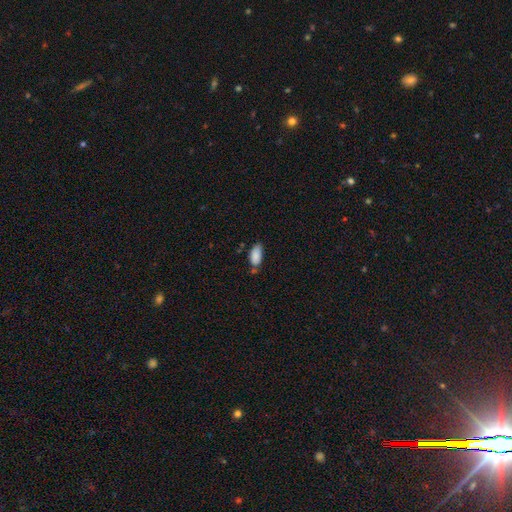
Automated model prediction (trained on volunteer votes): Smooth or featured? smooth (87%)
How rounded? in between (91%)
Merging? none (57%)